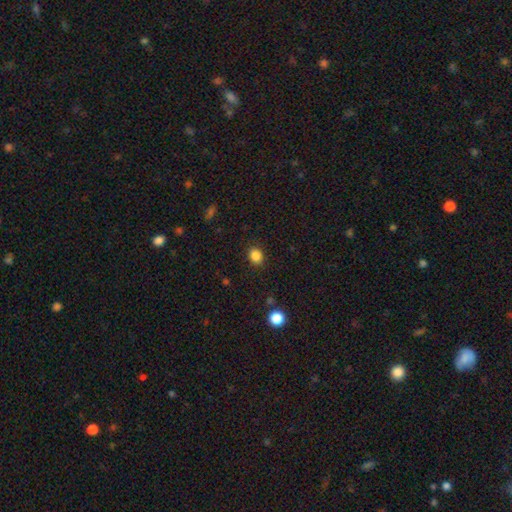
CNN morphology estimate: smooth-or-featured: smooth: 85% | star or artifact: 11% | featured or disk: 4%
  how-rounded: round: 58% | in between: 41% | cigar-shaped: 1%
  merging: none: 87% | minor disturbance: 9% | major disturbance: 3% | merger: 1%